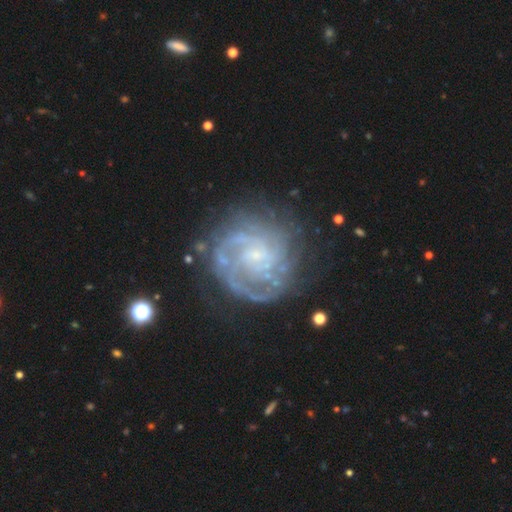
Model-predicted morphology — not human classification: Smooth or featured: featured or disk — 84% (smooth — 9%)
Edge-on disk: no — 98% (yes — 2%)
Bar: no — 51% (weak — 39%)
Spiral arms: yes — 93% (no — 7%)
Spiral winding: tight — 61% (medium — 31%)
Spiral arm count: can't tell — 34% (2 — 23%)
Bulge size: small — 63% (none — 22%)
Merging: none — 69% (minor disturbance — 17%)